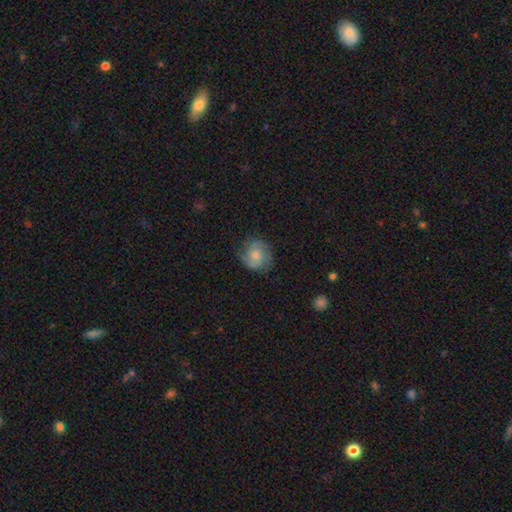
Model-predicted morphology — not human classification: Smooth or featured?
  - featured or disk: 49% *
  - smooth: 43%
  - star or artifact: 8%
Merging?
  - none: 75% *
  - minor disturbance: 18%
  - major disturbance: 6%
  - merger: 1%